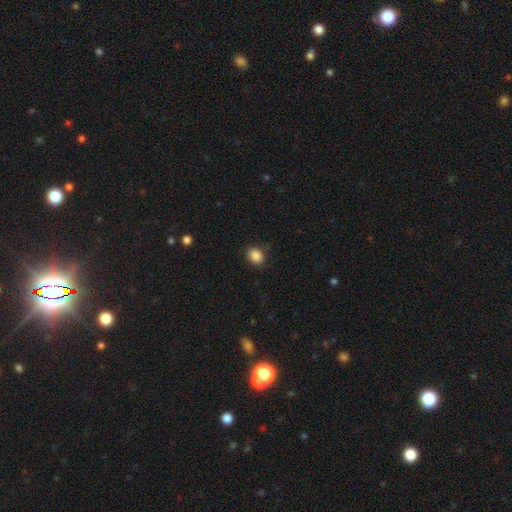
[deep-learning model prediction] Smooth or featured? Predicted: smooth (p=0.87). How rounded? Predicted: round (p=0.53). Merging? Predicted: none (p=0.84).